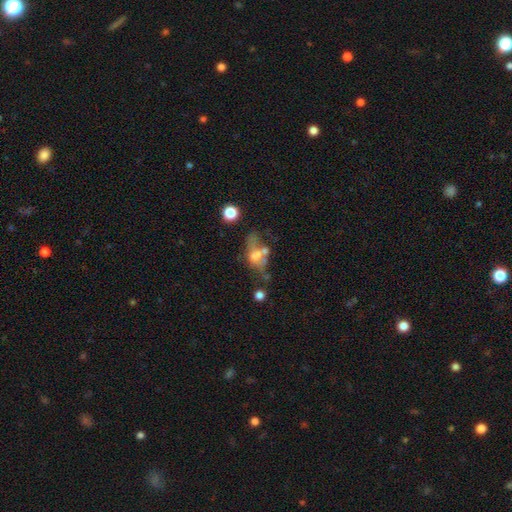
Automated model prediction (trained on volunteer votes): featured or disk 44%, smooth 40%, star or artifact 16%. Down the decision tree: merging — merger (31%).